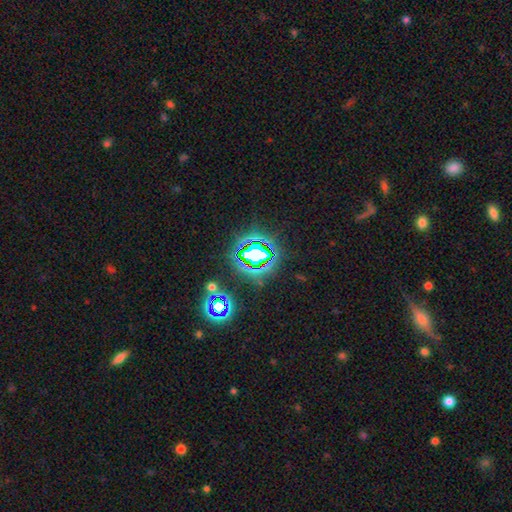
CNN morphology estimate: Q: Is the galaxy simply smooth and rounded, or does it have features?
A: star or artifact — 74%.